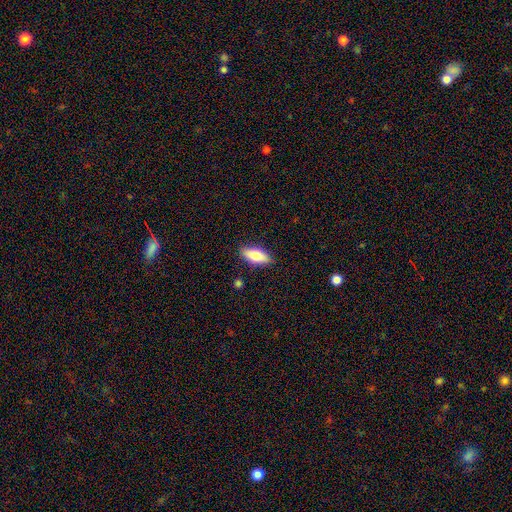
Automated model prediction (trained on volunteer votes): Smooth or featured? smooth (76%)
How rounded? in between (80%)
Merging? none (87%)